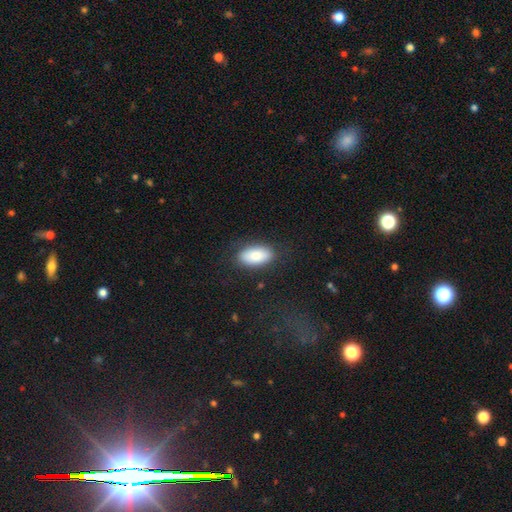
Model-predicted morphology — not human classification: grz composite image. It shows a smooth galaxy with no disk features (82%) that is in between round and cigar-shaped (93%). Merging: none (83%).